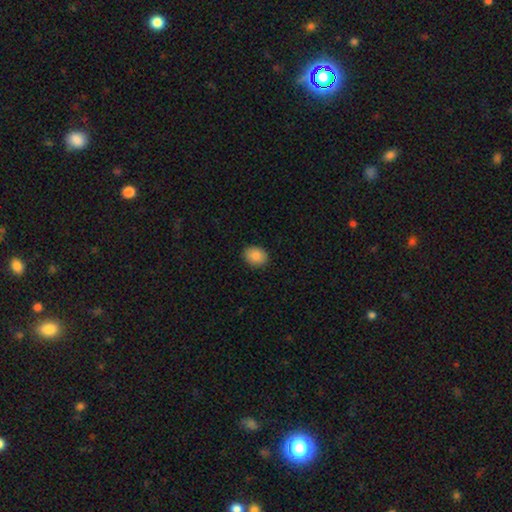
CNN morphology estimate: Overall: smooth (88%). How rounded: in between (53%; round 46%). Merging: none (89%).